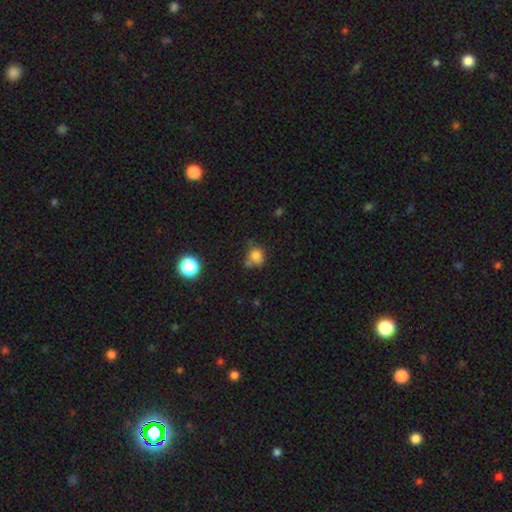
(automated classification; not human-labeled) Smooth or featured?
  - smooth: 78% *
  - star or artifact: 13%
  - featured or disk: 9%
How rounded?
  - round: 77% *
  - in between: 22%
  - cigar-shaped: 1%
Merging?
  - none: 53% *
  - minor disturbance: 22%
  - merger: 18%
  - major disturbance: 8%